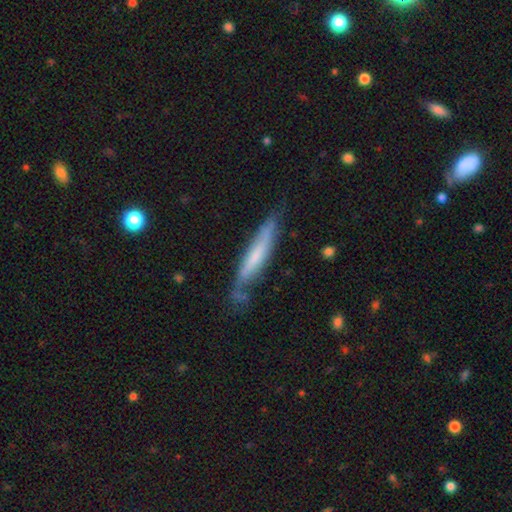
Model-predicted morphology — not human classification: Smooth or featured? smooth (47%, tied with featured or disk)
Merging? none (60%)